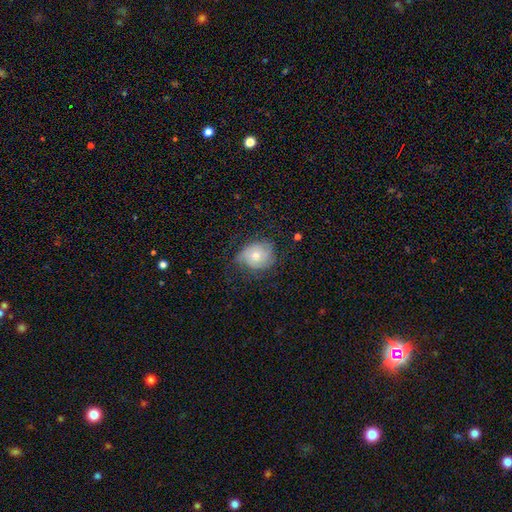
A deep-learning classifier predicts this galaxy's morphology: Q: Smooth or featured?
A: featured or disk (49%); runner-up: smooth (43%)
Q: Merging?
A: none (60%); runner-up: minor disturbance (27%)